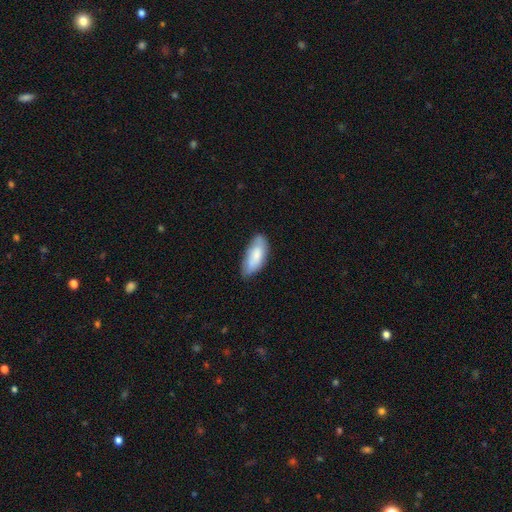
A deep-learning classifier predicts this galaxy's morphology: Smooth or featured: smooth — 77% (featured or disk — 17%)
How rounded: in between — 88% (cigar-shaped — 11%)
Merging: none — 67% (minor disturbance — 26%)